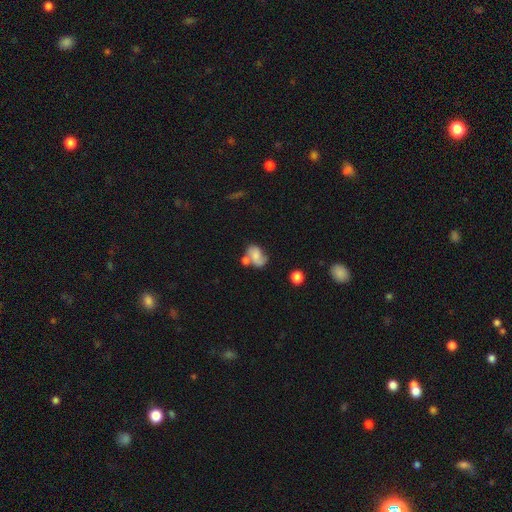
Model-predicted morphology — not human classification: smooth 49%, featured or disk 41%, star or artifact 10%. Down the decision tree: merging — merger (33%).